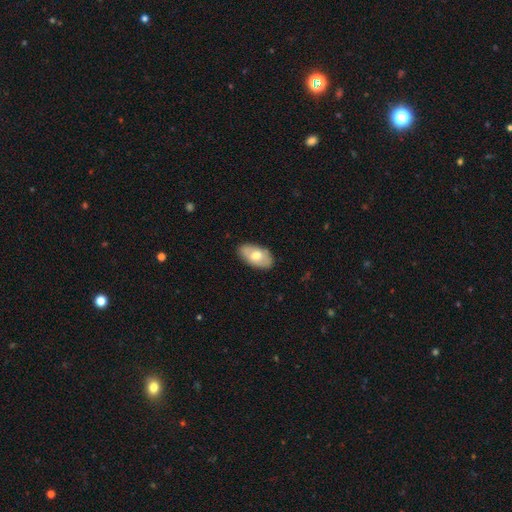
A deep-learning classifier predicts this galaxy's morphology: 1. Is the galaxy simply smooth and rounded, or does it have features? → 60% smooth, 34% featured or disk, 6% star or artifact.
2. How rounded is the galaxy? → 93% in between, 5% round, 2% cigar-shaped.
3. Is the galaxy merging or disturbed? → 83% none, 13% minor disturbance, 3% major disturbance, 1% merger.